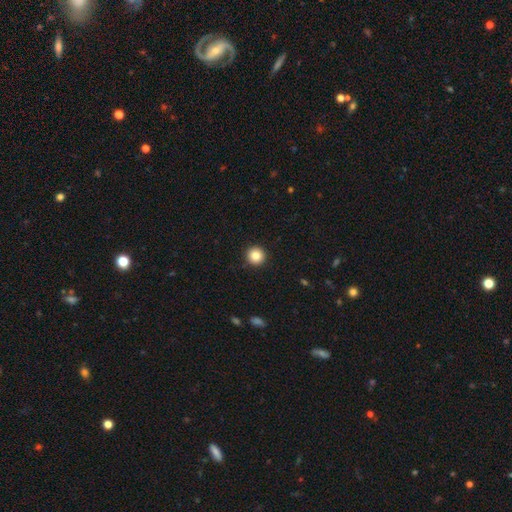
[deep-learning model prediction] smooth 84%, star or artifact 10%, featured or disk 6%. Down the decision tree: how rounded — round (96%); merging — none (93%).